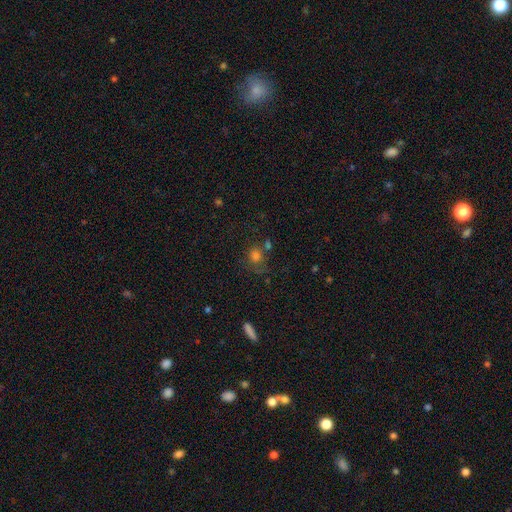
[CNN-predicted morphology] Smooth or featured: smooth — 72% (star or artifact — 16%)
How rounded: round — 70% (in between — 29%)
Merging: none — 48% (minor disturbance — 20%)